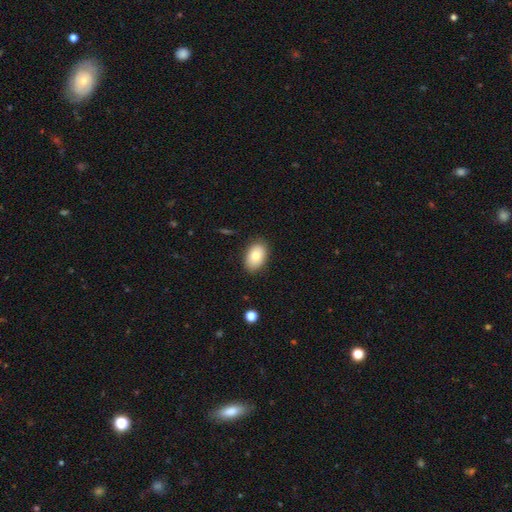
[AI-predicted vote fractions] A smooth galaxy with no disk features (78%) that is in between round and cigar-shaped (89%).

Vote fractions:
- Smooth or featured? smooth: 78% / featured or disk: 14% / star or artifact: 7%
- How rounded? in between: 89% / round: 10% / cigar-shaped: 1%
- Merging? none: 85% / minor disturbance: 11% / major disturbance: 2% / merger: 1%